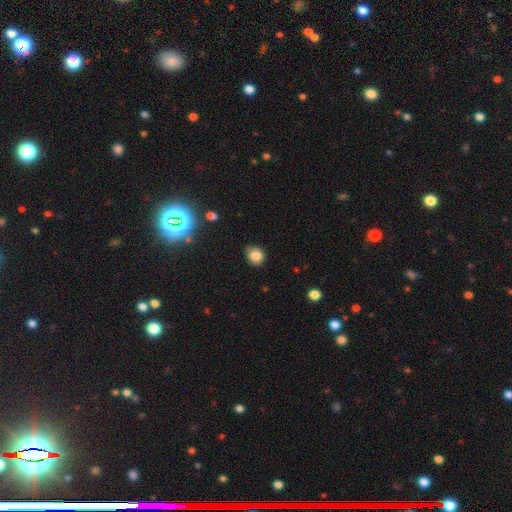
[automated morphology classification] smooth 81%, star or artifact 12%, featured or disk 6%. Down the decision tree: how rounded — round (75%); merging — none (76%).